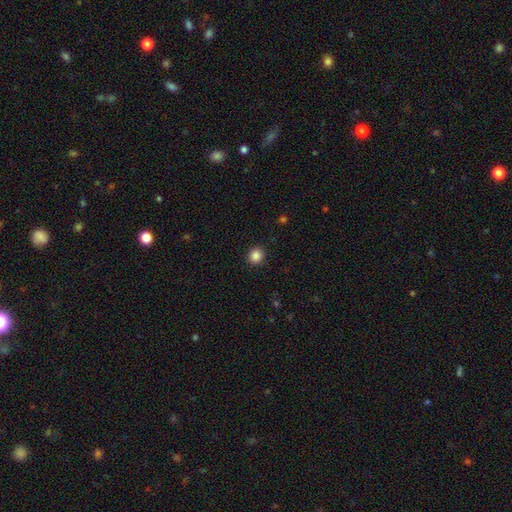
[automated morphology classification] smooth 86%, star or artifact 11%, featured or disk 3%. Down the decision tree: how rounded — round (87%); merging — none (92%).